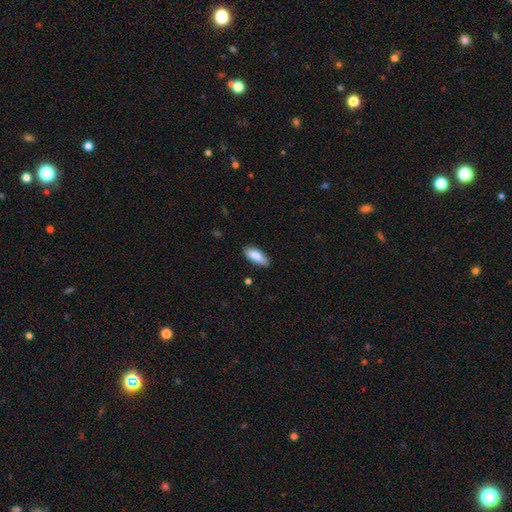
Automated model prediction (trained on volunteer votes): This is clearly a smooth galaxy (87%). How rounded: likely in between (75%). Merging: clearly none (84%).